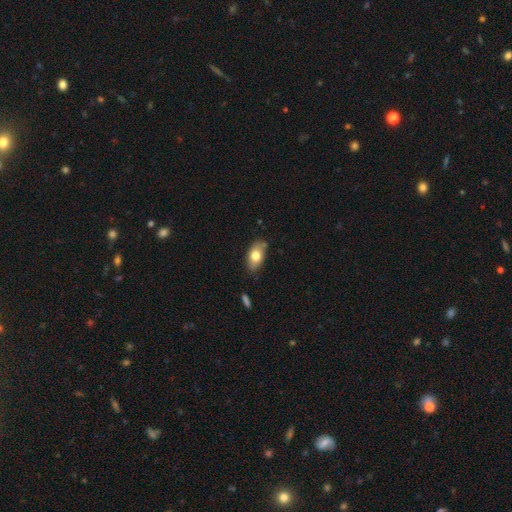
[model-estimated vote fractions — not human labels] smooth_or_featured: smooth (p=0.74) [alt: featured or disk p=0.20]
how_rounded: in between (p=0.91) [alt: round p=0.07]
merging: none (p=0.74) [alt: minor disturbance p=0.20]